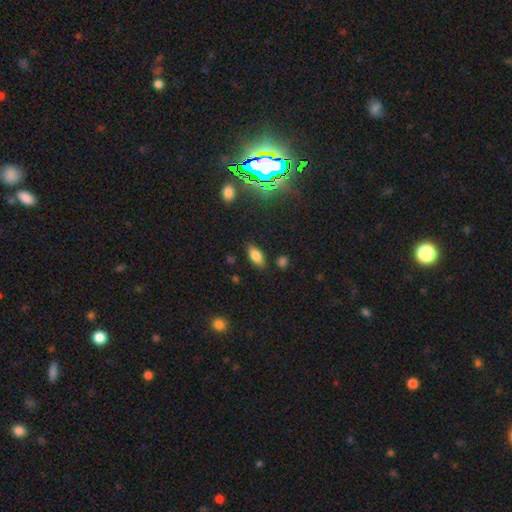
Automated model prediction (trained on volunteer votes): Smooth or featured?
  - smooth: 77% *
  - featured or disk: 12%
  - star or artifact: 11%
How rounded?
  - in between: 86% *
  - cigar-shaped: 10%
  - round: 4%
Merging?
  - none: 82% *
  - minor disturbance: 13%
  - major disturbance: 3%
  - merger: 2%